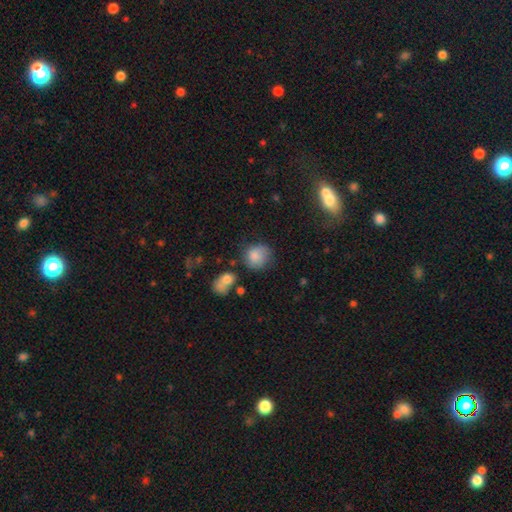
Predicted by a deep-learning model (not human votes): This is clearly a smooth galaxy (82%). How rounded: likely round (76%). Merging: possibly none (56%).